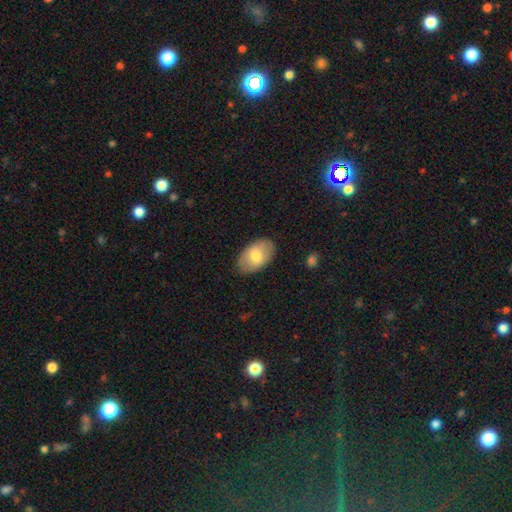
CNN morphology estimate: smooth 71%, featured or disk 23%, star or artifact 6%. Down the decision tree: how rounded — in between (92%); merging — none (86%).